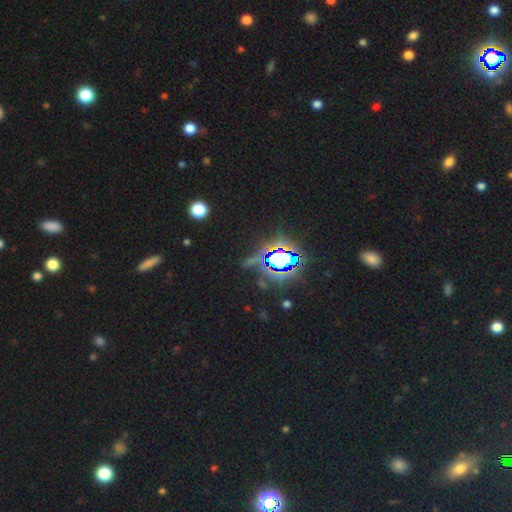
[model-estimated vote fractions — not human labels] Q: Smooth or featured?
A: star or artifact (81%); runner-up: smooth (12%)